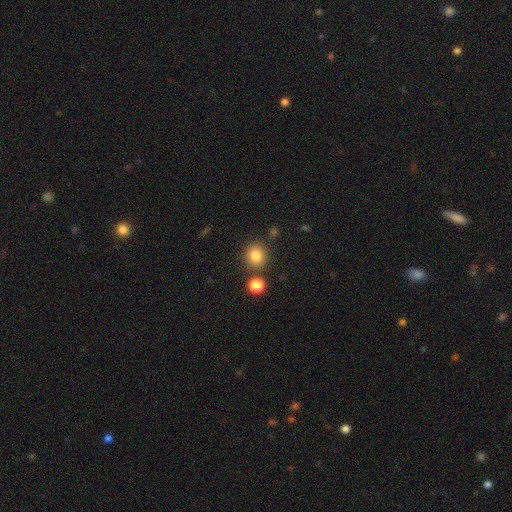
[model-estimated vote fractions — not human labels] smooth 83%, star or artifact 11%, featured or disk 6%. Down the decision tree: how rounded — round (85%); merging — none (82%).